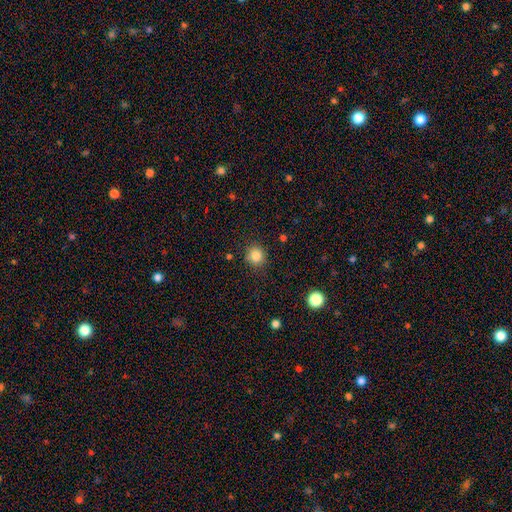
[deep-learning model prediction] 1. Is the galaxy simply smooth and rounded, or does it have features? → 84% smooth, 11% star or artifact, 5% featured or disk.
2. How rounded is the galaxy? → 91% round, 8% in between, 1% cigar-shaped.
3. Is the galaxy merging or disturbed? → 89% none, 7% minor disturbance, 2% major disturbance, 1% merger.